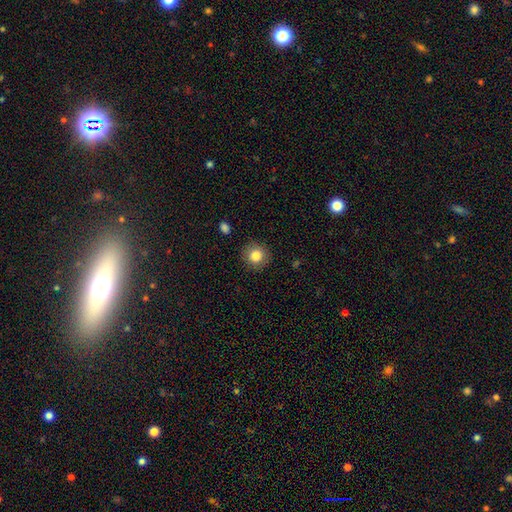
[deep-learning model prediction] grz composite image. It shows a smooth galaxy with no disk features (84%) that is round (91%). Merging: none (89%).